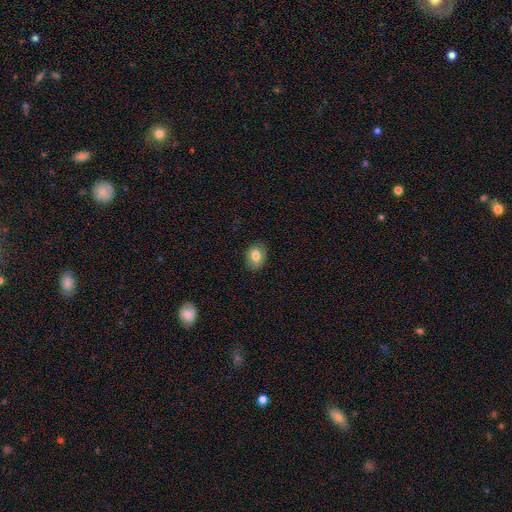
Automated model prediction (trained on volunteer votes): Smooth or featured? smooth (78%)
How rounded? in between (68%)
Merging? none (85%)